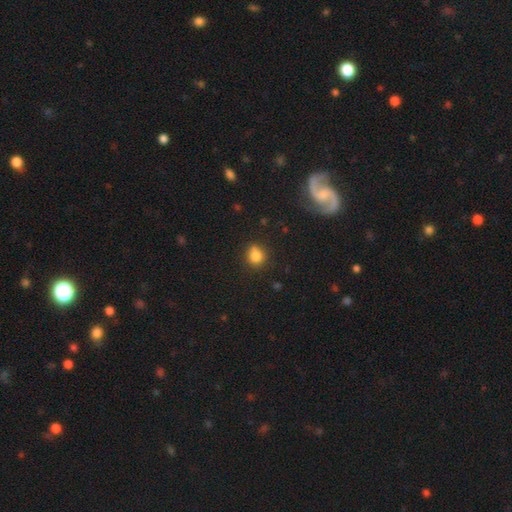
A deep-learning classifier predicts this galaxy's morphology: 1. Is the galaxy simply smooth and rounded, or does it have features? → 80% smooth, 12% star or artifact, 8% featured or disk.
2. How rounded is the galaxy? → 70% round, 28% in between, 1% cigar-shaped.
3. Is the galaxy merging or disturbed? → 66% none, 20% minor disturbance, 8% merger, 6% major disturbance.